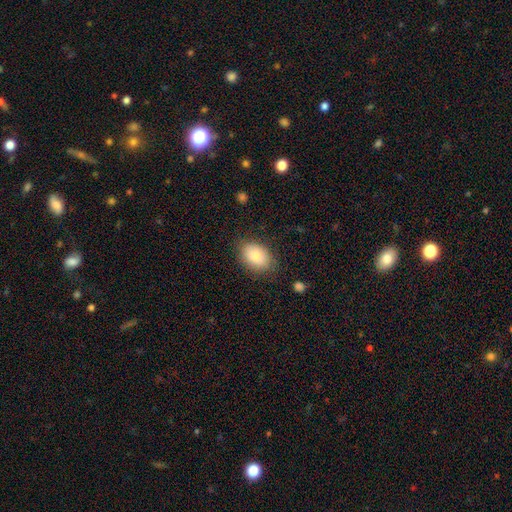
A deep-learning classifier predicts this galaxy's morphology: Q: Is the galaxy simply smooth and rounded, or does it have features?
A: smooth — 82%.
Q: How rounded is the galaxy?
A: in between — 82%.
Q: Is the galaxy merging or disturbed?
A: none — 80%.